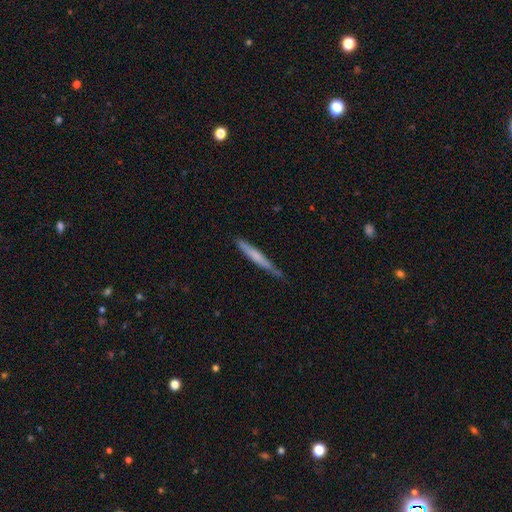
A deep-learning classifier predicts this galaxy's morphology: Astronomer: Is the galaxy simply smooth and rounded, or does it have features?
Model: smooth — 59% (runner-up: featured or disk, 35%).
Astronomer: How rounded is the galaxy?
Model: cigar-shaped — 96%.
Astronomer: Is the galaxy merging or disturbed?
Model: none — 71%.